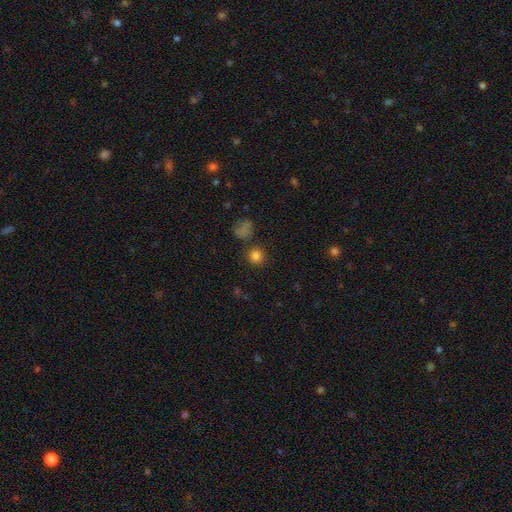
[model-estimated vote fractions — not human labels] A smooth galaxy with no disk features (80%) that is round (92%).

Vote fractions:
- Smooth or featured? smooth: 80% / star or artifact: 15% / featured or disk: 5%
- How rounded? round: 92% / in between: 7% / cigar-shaped: 1%
- Merging? none: 82% / merger: 7% / minor disturbance: 7% / major disturbance: 3%